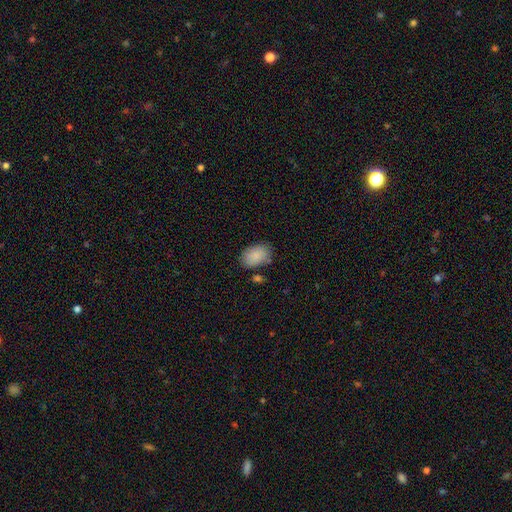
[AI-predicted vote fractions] A smooth galaxy with no disk features (88%) that is in between round and cigar-shaped (89%).

Vote fractions:
- Smooth or featured? smooth: 88% / star or artifact: 7% / featured or disk: 6%
- How rounded? in between: 89% / round: 10% / cigar-shaped: 1%
- Merging? none: 76% / minor disturbance: 15% / merger: 5% / major disturbance: 4%